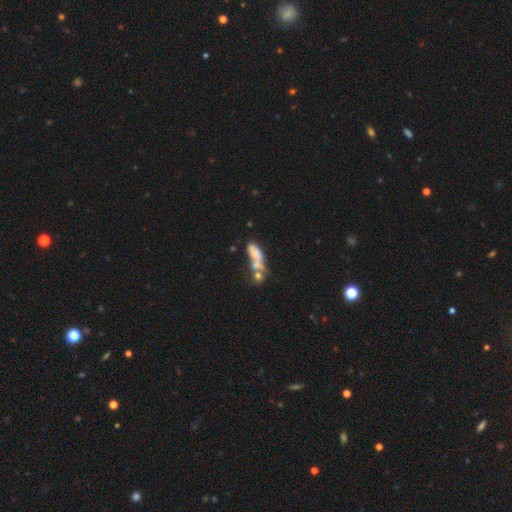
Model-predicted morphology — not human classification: Smooth or featured? Predicted: smooth (p=0.50). How rounded? Predicted: in between (p=0.71). Merging? Predicted: merger (p=0.54).